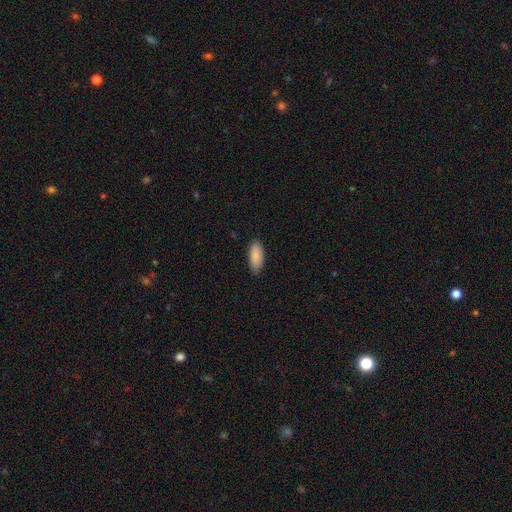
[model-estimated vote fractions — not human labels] Smooth or featured: smooth — 89% (star or artifact — 6%)
How rounded: in between — 86% (cigar-shaped — 12%)
Merging: none — 82% (minor disturbance — 15%)